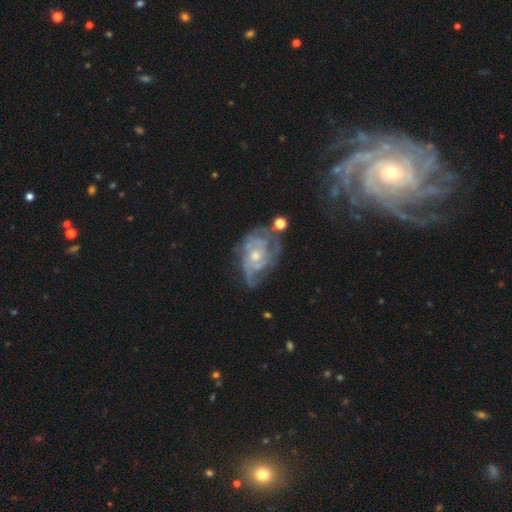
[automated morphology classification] A featured or disk galaxy (82%) with no bar (75%), tight (50%) spiral arms (86%) and a moderate central bulge (51%). Merging: none (46%).